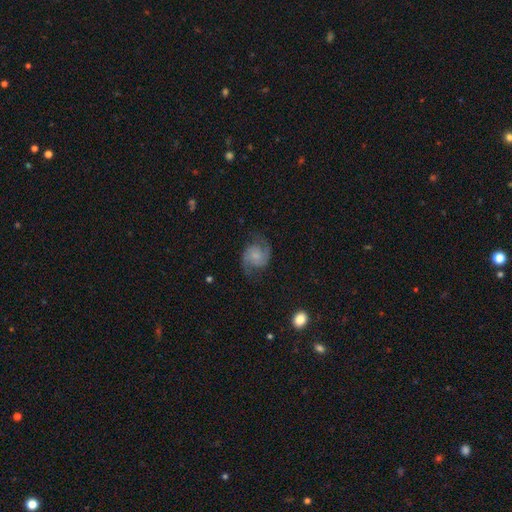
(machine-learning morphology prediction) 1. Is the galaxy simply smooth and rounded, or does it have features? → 80% featured or disk, 13% smooth, 7% star or artifact.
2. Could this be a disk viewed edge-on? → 98% no, 2% yes.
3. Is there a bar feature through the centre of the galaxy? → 69% no, 27% weak, 5% strong.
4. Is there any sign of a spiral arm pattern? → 97% yes, 3% no.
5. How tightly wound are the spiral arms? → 51% medium, 32% loose, 17% tight.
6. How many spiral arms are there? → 93% 2, 2% can't tell, 1% 3, 1% 1, 1% 4, 1% more than 4.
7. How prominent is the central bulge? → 46% small, 26% none, 21% moderate, 5% large, 2% dominant.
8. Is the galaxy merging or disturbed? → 75% none, 15% minor disturbance, 8% major disturbance, 1% merger.